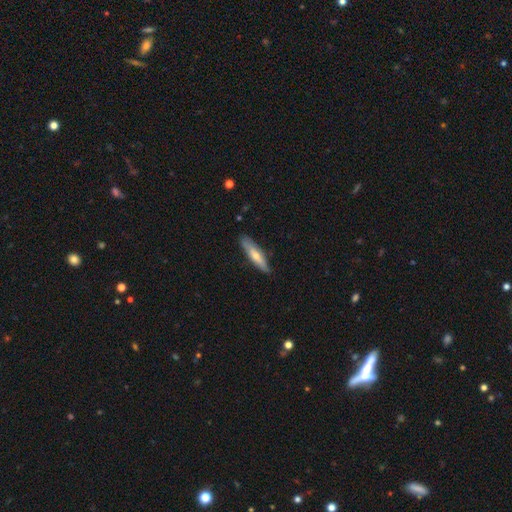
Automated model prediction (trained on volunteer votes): A smooth galaxy with no disk features (51%) that is cigar-shaped (80%).

Vote fractions:
- Smooth or featured? smooth: 51% / featured or disk: 43% / star or artifact: 6%
- How rounded? cigar-shaped: 80% / in between: 18% / round: 2%
- Merging? none: 84% / minor disturbance: 12% / major disturbance: 2% / merger: 1%